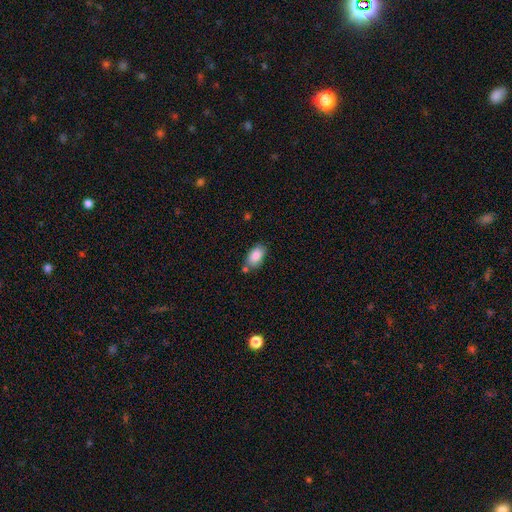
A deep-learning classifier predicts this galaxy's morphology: Smooth or featured?
  - smooth: 85% *
  - featured or disk: 7%
  - star or artifact: 7%
How rounded?
  - in between: 92% *
  - round: 6%
  - cigar-shaped: 2%
Merging?
  - none: 70% *
  - minor disturbance: 17%
  - merger: 10%
  - major disturbance: 4%